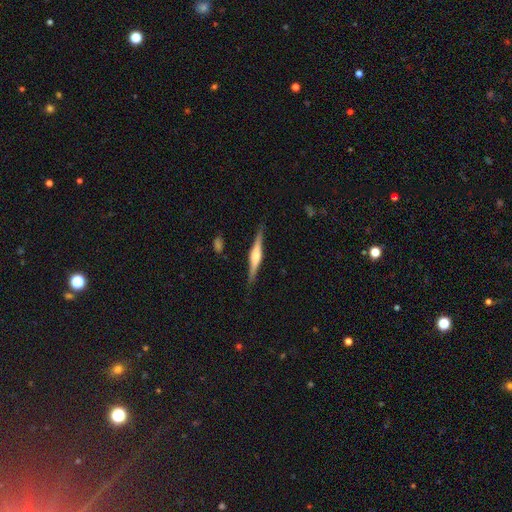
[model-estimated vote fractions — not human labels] Smooth or featured: featured or disk — 74% (smooth — 21%)
Edge-on disk: yes — 98% (no — 2%)
Edge-on bulge: rounded — 79% (boxy — 17%)
Merging: none — 88% (minor disturbance — 9%)